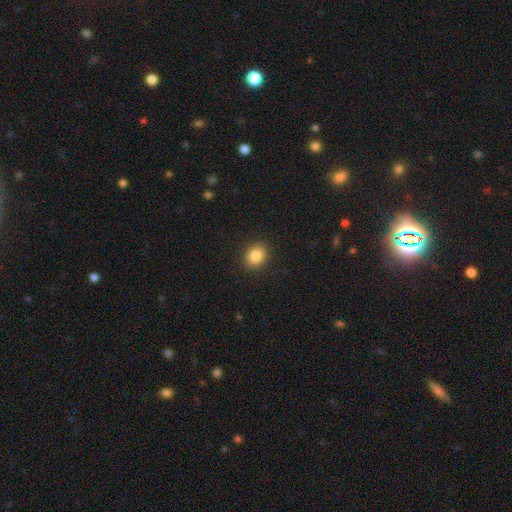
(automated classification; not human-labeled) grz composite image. It shows a smooth galaxy with no disk features (85%) that is round (55%). Merging: none (90%).